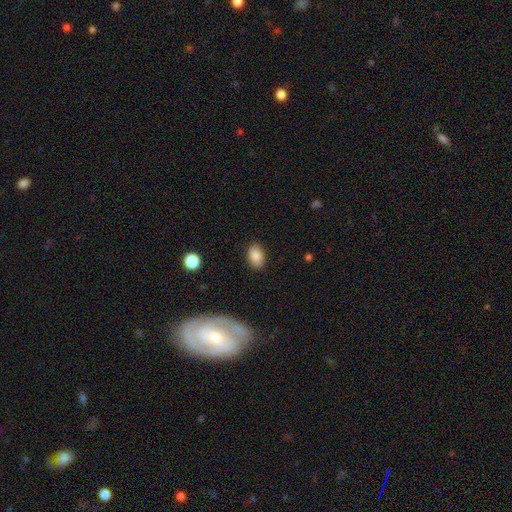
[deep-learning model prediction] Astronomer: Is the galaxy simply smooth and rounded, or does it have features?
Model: smooth — 86%.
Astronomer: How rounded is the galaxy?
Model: in between — 86%.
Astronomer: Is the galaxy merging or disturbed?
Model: none — 87%.